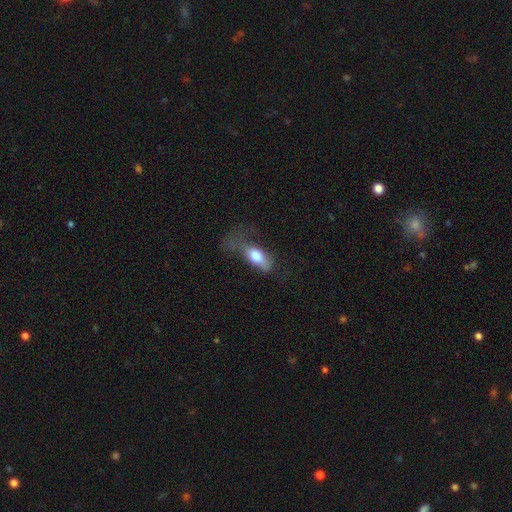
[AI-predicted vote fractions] This appears to be a smooth galaxy with no disk features (71%) that is in between round and cigar-shaped (80%). Merging: major disturbance (46%).